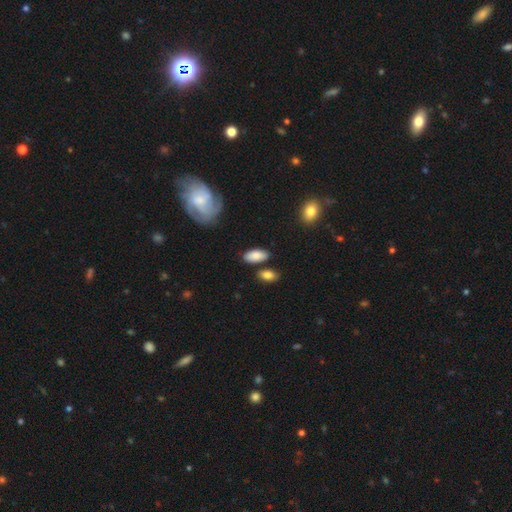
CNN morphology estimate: smooth_or_featured: smooth (p=0.83) [alt: featured or disk p=0.10]
how_rounded: in between (p=0.90) [alt: cigar-shaped p=0.07]
merging: none (p=0.77) [alt: minor disturbance p=0.13]